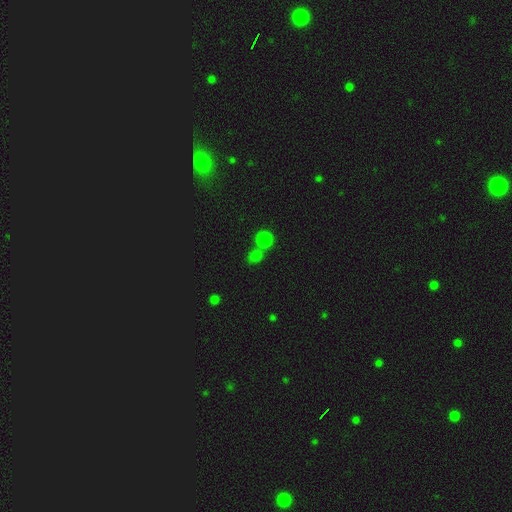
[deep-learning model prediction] A smooth galaxy with no disk features (76%) that is round (74%).

Vote fractions:
- Smooth or featured? smooth: 76% / star or artifact: 19% / featured or disk: 5%
- How rounded? round: 74% / in between: 25% / cigar-shaped: 2%
- Merging? none: 56% / merger: 31% / minor disturbance: 9% / major disturbance: 4%